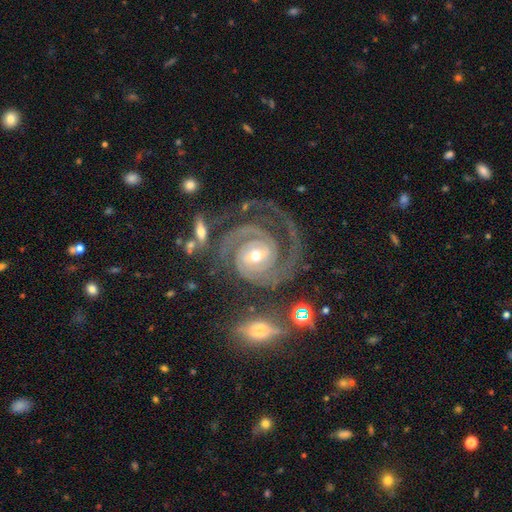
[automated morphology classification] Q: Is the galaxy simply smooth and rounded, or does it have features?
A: featured or disk — 93%.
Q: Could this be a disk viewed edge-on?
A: no — 98%.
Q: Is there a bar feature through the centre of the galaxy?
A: no — 49%.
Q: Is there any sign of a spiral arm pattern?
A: yes — 98%.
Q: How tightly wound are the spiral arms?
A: tight — 71%.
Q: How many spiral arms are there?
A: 2 — 66%.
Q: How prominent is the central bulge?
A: moderate — 52%.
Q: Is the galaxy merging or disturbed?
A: none — 59%.